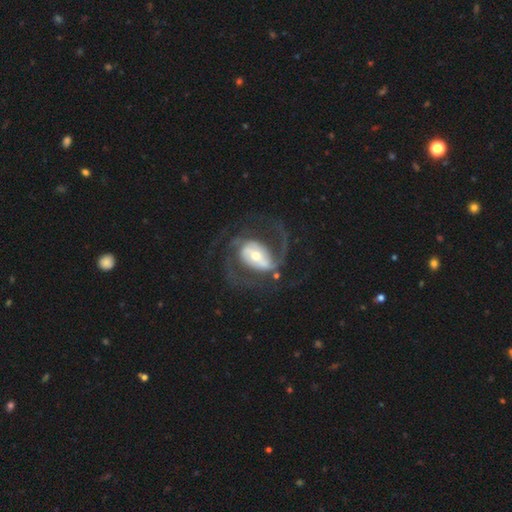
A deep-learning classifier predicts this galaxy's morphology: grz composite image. It shows a featured or disk galaxy (88%) with a strong bar (48%), 2 (82%) medium (52%) spiral arms (95%) and a moderate central bulge (50%). Merging: none (63%).